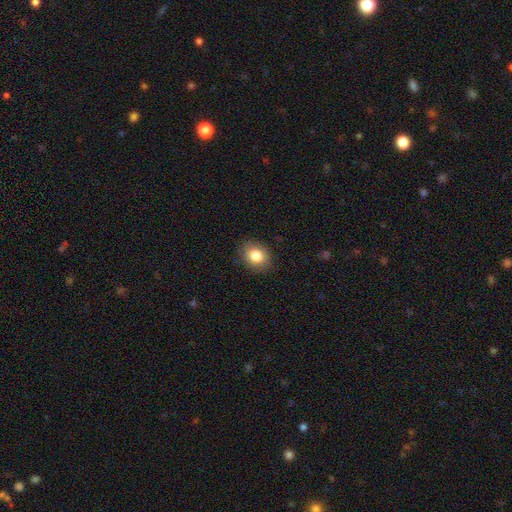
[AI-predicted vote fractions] Morphology: type=smooth (84%); roundness=round (56%); merging=none (87%).